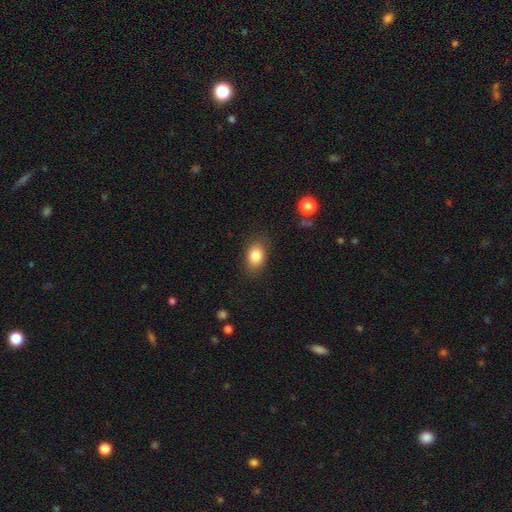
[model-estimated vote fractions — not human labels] A smooth galaxy with no disk features (83%) that is in between round and cigar-shaped (80%).

Vote fractions:
- Smooth or featured? smooth: 83% / star or artifact: 8% / featured or disk: 8%
- How rounded? in between: 80% / round: 19% / cigar-shaped: 1%
- Merging? none: 83% / minor disturbance: 13% / major disturbance: 3% / merger: 1%